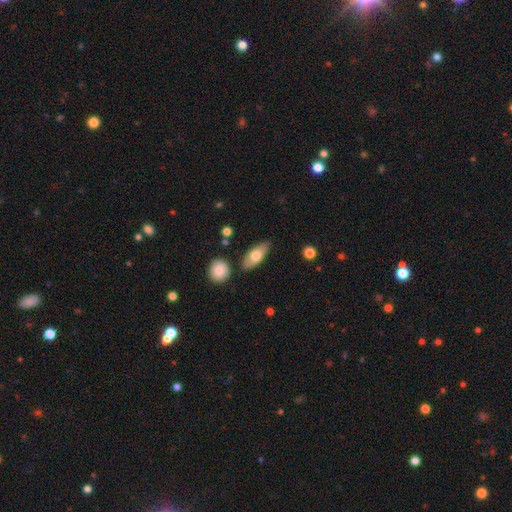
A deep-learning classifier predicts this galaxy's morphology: Smooth or featured? smooth (66%)
How rounded? in between (83%)
Merging? none (75%)